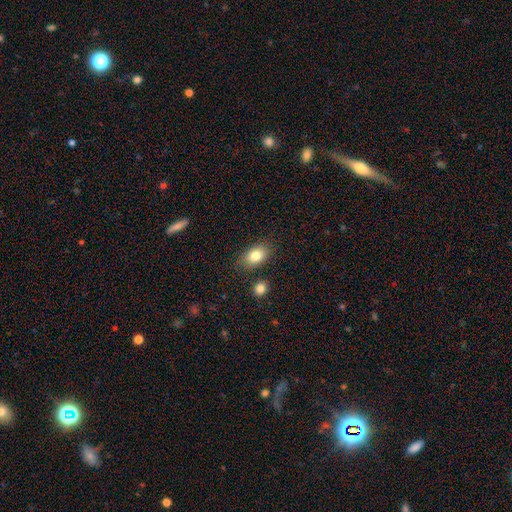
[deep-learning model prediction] Smooth or featured?
  - smooth: 82% *
  - featured or disk: 10%
  - star or artifact: 8%
How rounded?
  - in between: 86% *
  - round: 13%
  - cigar-shaped: 2%
Merging?
  - none: 80% *
  - minor disturbance: 12%
  - merger: 5%
  - major disturbance: 3%